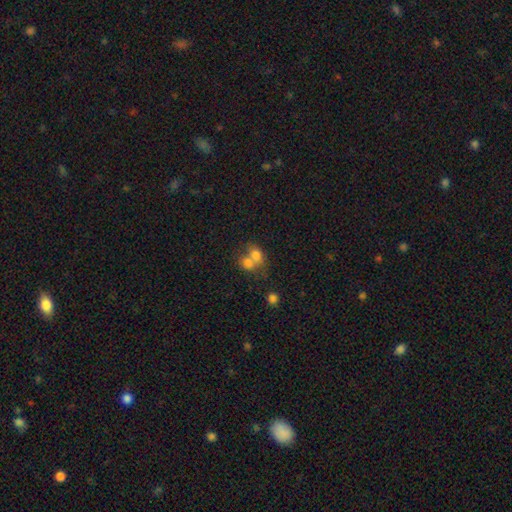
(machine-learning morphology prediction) Smooth or featured: smooth — 73% (featured or disk — 16%)
How rounded: round — 54% (in between — 45%)
Merging: merger — 66% (none — 23%)